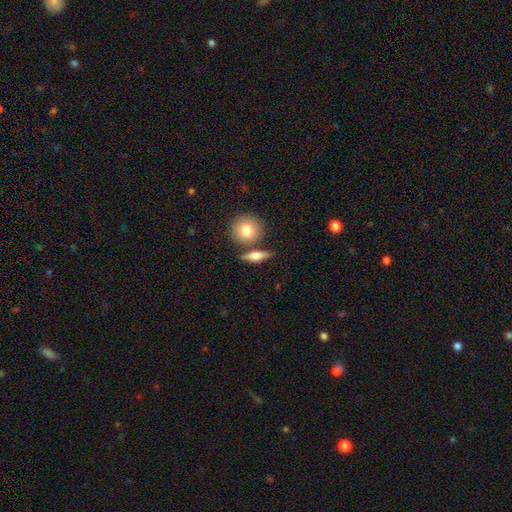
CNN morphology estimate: A smooth galaxy with no disk features (59%) that is in between round and cigar-shaped (45%).

Vote fractions:
- Smooth or featured? smooth: 59% / featured or disk: 33% / star or artifact: 8%
- How rounded? in between: 45% / cigar-shaped: 28% / round: 27%
- Merging? none: 72% / merger: 13% / minor disturbance: 12% / major disturbance: 4%